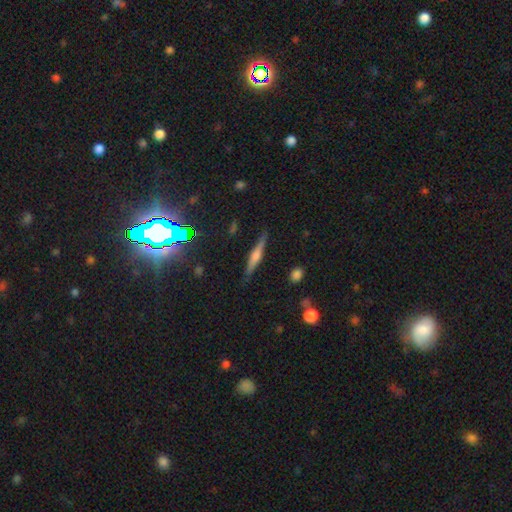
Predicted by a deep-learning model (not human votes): Morphology: type=featured or disk (62%); edge-on=yes (97%); edge-on bulge=rounded (72%); merging=none (87%).